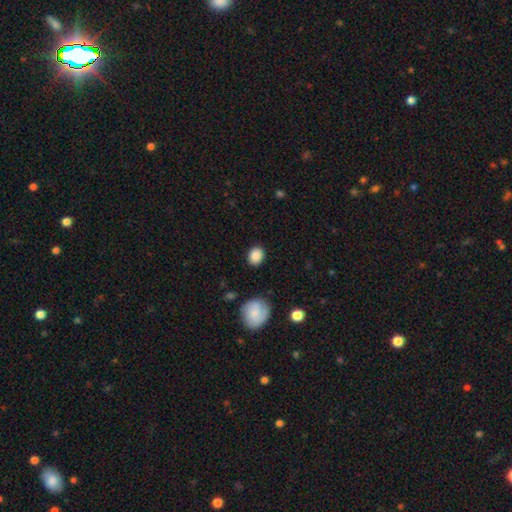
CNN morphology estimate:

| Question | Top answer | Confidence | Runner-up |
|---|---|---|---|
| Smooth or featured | smooth | 87% | star or artifact (8%) |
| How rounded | round | 58% | in between (41%) |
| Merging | none | 85% | minor disturbance (10%) |